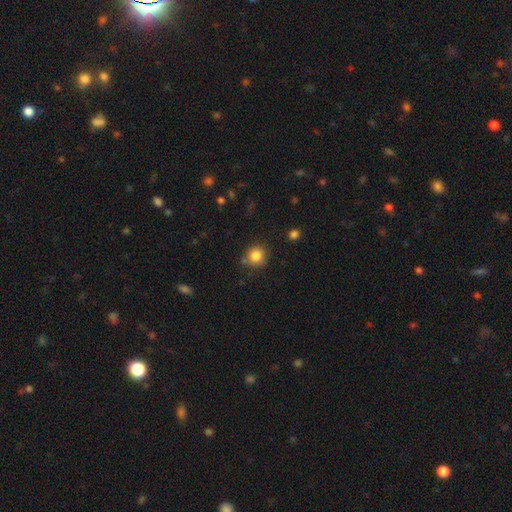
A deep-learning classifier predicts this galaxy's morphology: Smooth or featured?
  - smooth: 84% *
  - star or artifact: 11%
  - featured or disk: 5%
How rounded?
  - round: 89% *
  - in between: 10%
  - cigar-shaped: 1%
Merging?
  - none: 80% *
  - minor disturbance: 12%
  - merger: 5%
  - major disturbance: 3%